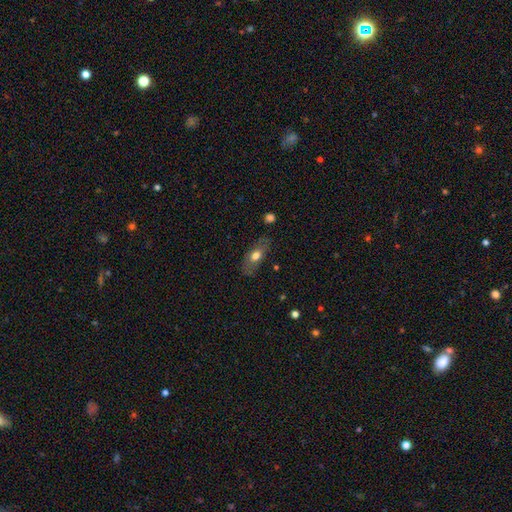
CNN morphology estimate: smooth 64%, featured or disk 29%, star or artifact 7%. Down the decision tree: how rounded — in between (80%); merging — none (77%).